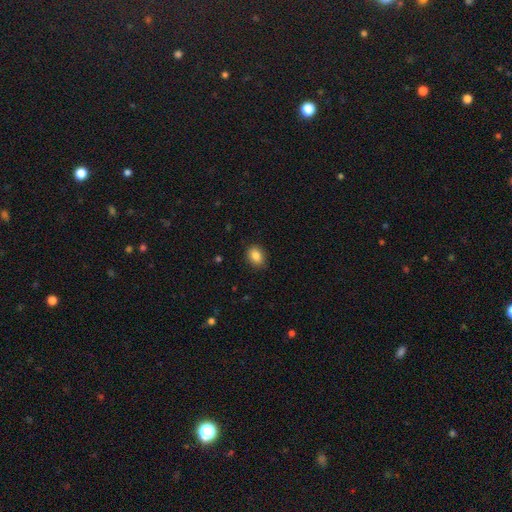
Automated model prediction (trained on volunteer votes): Smooth or featured: smooth — 86% (star or artifact — 9%)
How rounded: in between — 63% (round — 36%)
Merging: none — 86% (minor disturbance — 10%)